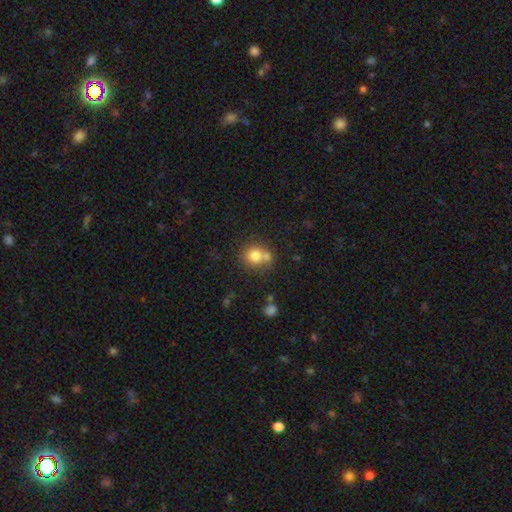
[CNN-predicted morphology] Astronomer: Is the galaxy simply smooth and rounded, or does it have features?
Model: smooth — 78%.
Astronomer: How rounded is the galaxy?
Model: round — 82%.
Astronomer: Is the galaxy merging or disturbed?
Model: none — 50% (runner-up: merger, 34%).